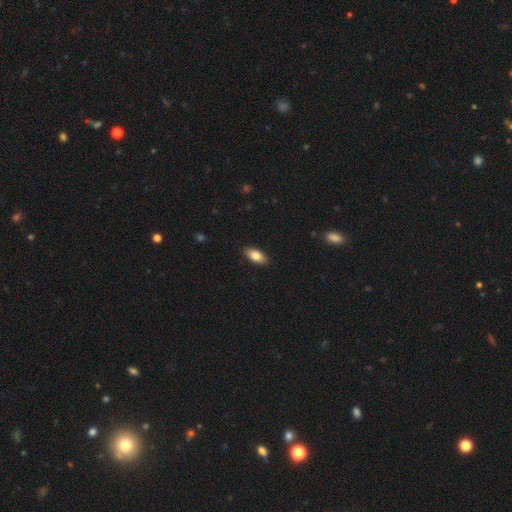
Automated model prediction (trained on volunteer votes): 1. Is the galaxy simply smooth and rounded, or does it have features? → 82% smooth, 12% featured or disk, 7% star or artifact.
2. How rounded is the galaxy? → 89% in between, 9% cigar-shaped, 3% round.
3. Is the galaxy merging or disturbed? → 89% none, 9% minor disturbance, 2% major disturbance, 1% merger.